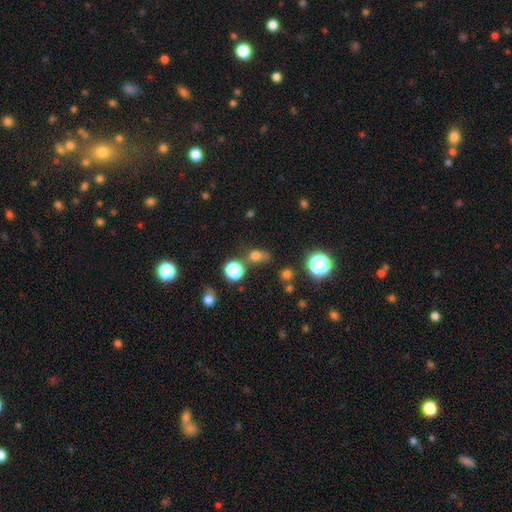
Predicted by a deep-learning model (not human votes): Q: Smooth or featured?
A: smooth (68%); runner-up: star or artifact (22%)
Q: How rounded?
A: in between (49%); runner-up: round (47%)
Q: Merging?
A: none (54%); runner-up: minor disturbance (23%)